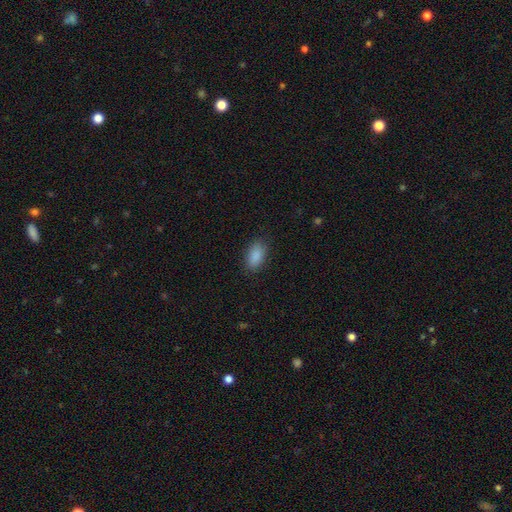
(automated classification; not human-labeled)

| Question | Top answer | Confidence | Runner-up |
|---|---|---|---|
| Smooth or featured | smooth | 89% | star or artifact (7%) |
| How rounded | in between | 92% | cigar-shaped (4%) |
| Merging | none | 85% | minor disturbance (11%) |